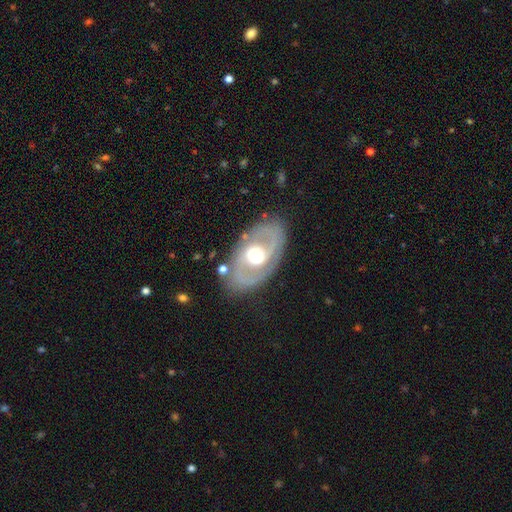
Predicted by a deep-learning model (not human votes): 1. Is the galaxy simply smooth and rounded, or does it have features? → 82% featured or disk, 13% smooth, 5% star or artifact.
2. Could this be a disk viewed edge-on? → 95% no, 5% yes.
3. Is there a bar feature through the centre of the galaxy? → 52% no, 35% weak, 13% strong.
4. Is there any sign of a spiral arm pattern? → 84% yes, 16% no.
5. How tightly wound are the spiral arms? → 49% medium, 33% tight, 18% loose.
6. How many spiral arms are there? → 87% 2, 7% can't tell, 2% 1, 2% 3, 1% 4, 1% more than 4.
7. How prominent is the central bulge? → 65% moderate, 18% small, 15% large, 2% dominant, 1% none.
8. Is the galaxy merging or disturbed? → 81% none, 11% minor disturbance, 5% major disturbance, 2% merger.